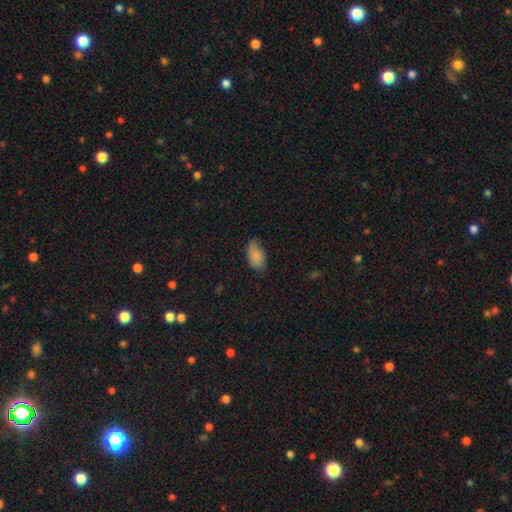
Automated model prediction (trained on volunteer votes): Q: Smooth or featured?
A: smooth (85%); runner-up: star or artifact (8%)
Q: How rounded?
A: in between (94%); runner-up: round (4%)
Q: Merging?
A: none (66%); runner-up: minor disturbance (27%)